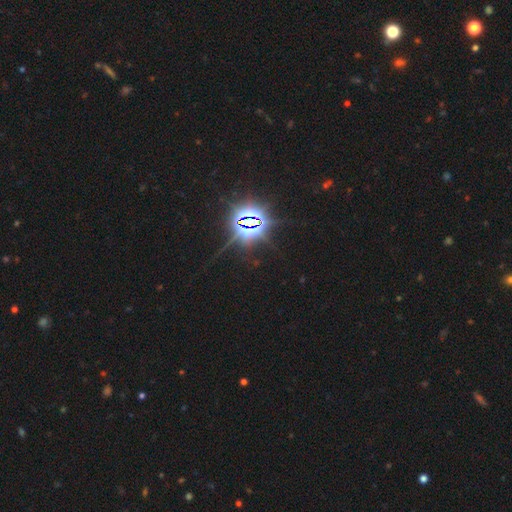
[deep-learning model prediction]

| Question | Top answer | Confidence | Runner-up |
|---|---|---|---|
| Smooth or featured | star or artifact | 87% | smooth (8%) |